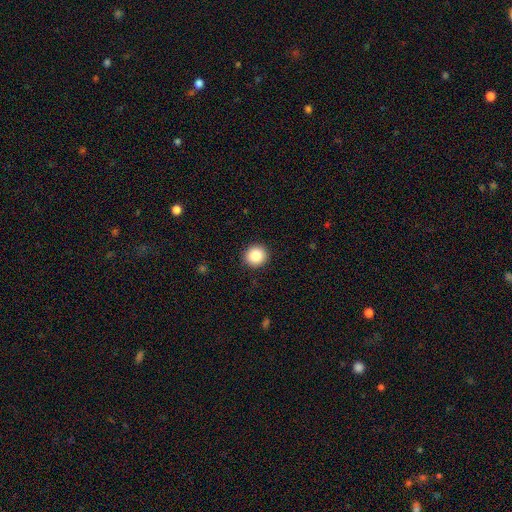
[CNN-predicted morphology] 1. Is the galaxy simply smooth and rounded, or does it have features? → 86% smooth, 9% star or artifact, 5% featured or disk.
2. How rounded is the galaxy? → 92% round, 7% in between, 1% cigar-shaped.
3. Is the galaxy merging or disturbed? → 92% none, 5% minor disturbance, 2% major disturbance, 1% merger.